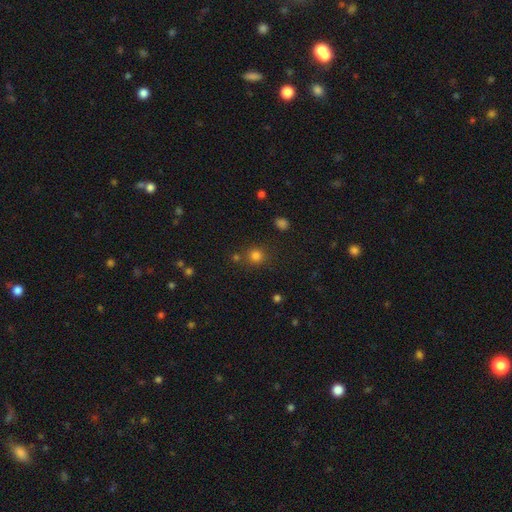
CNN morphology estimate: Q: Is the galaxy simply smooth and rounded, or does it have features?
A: smooth — 78%.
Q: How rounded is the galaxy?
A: round — 89%.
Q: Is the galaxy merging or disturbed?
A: none — 76%.